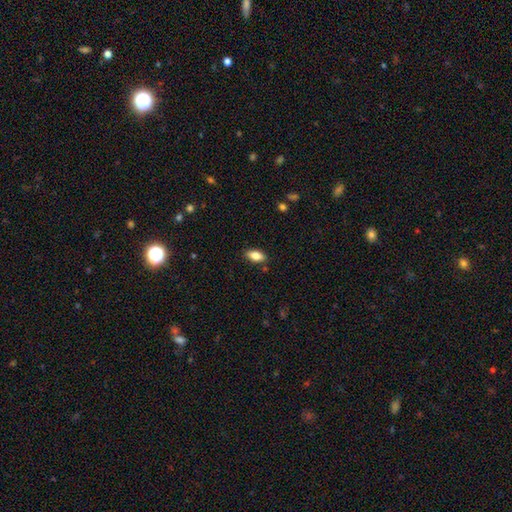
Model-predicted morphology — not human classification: smooth-or-featured: smooth: 81% | featured or disk: 12% | star or artifact: 7%
  how-rounded: in between: 89% | cigar-shaped: 8% | round: 3%
  merging: none: 86% | minor disturbance: 10% | major disturbance: 2% | merger: 2%